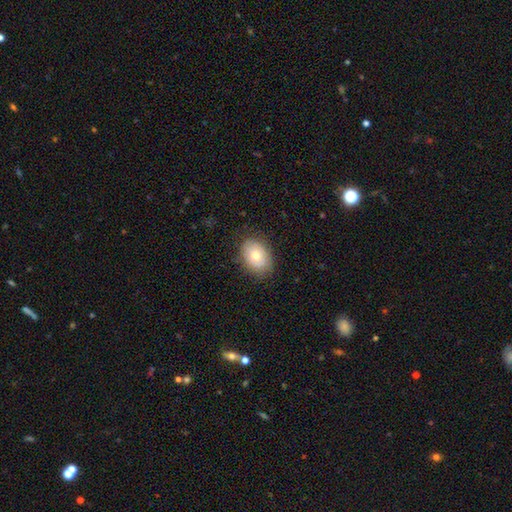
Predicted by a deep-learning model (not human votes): Smooth or featured? smooth (65%)
How rounded? in between (67%)
Merging? none (81%)